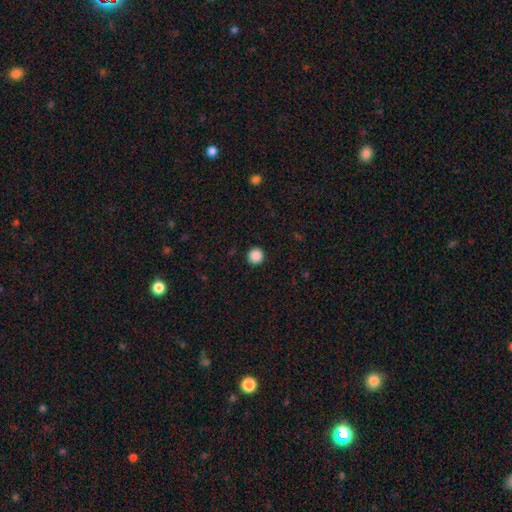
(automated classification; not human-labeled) A smooth galaxy with no disk features (88%) that is round (96%).

Vote fractions:
- Smooth or featured? smooth: 88% / star or artifact: 10% / featured or disk: 2%
- How rounded? round: 96% / in between: 3% / cigar-shaped: 1%
- Merging? none: 93% / minor disturbance: 4% / major disturbance: 2% / merger: 1%